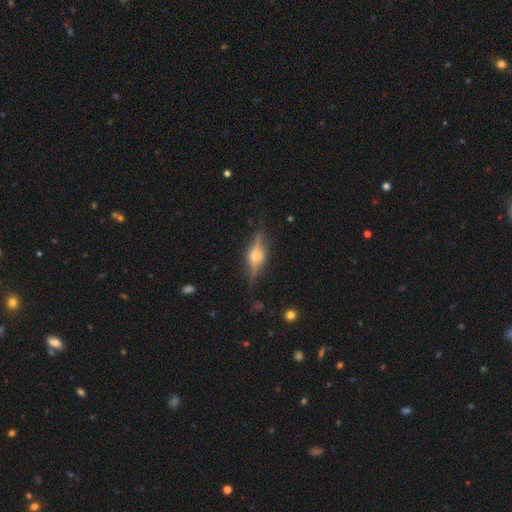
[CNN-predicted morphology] This appears to be a featured or disk galaxy (78%) viewed edge-on (96%) with a rounded central bulge (91%). Merging: none (85%).